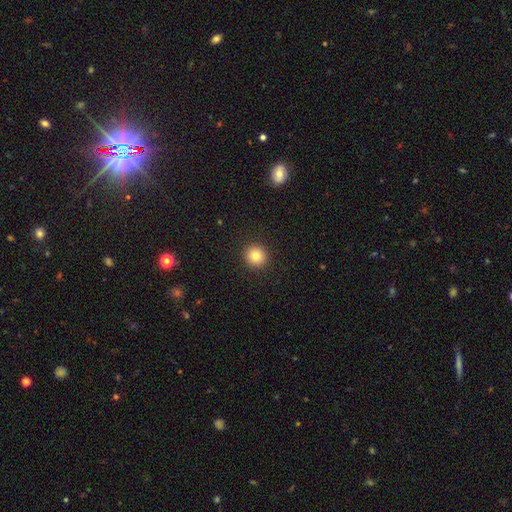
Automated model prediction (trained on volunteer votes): A smooth galaxy with no disk features (82%) that is round (93%).

Vote fractions:
- Smooth or featured? smooth: 82% / star or artifact: 11% / featured or disk: 7%
- How rounded? round: 93% / in between: 6% / cigar-shaped: 1%
- Merging? none: 92% / minor disturbance: 5% / major disturbance: 2% / merger: 1%